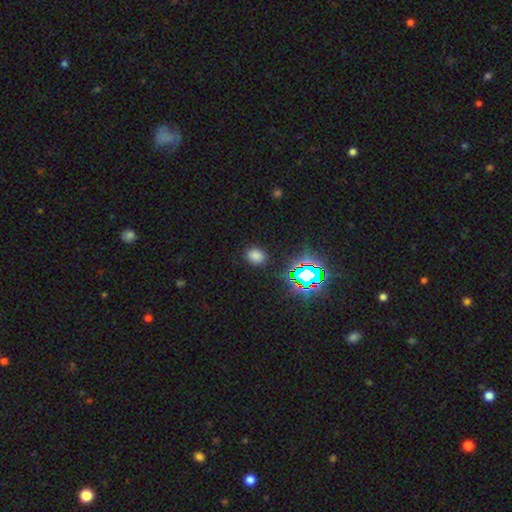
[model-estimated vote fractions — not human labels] smooth-or-featured: smooth: 72% | star or artifact: 23% | featured or disk: 5%
  how-rounded: in between: 56% | round: 43% | cigar-shaped: 1%
  merging: none: 86% | minor disturbance: 9% | major disturbance: 3% | merger: 2%